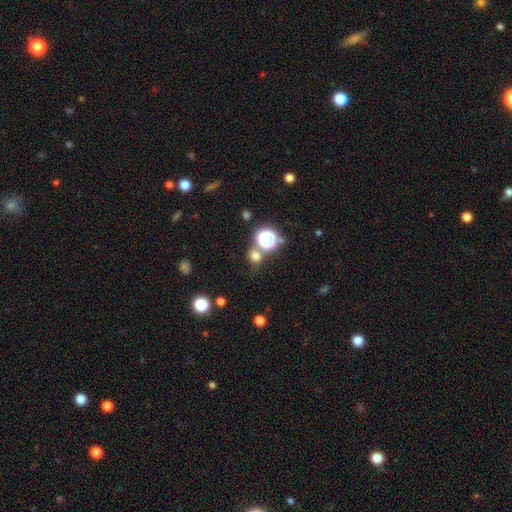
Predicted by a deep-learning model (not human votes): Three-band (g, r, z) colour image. It shows a smooth galaxy with no disk features (67%) that is round (86%). Merging: none (71%).